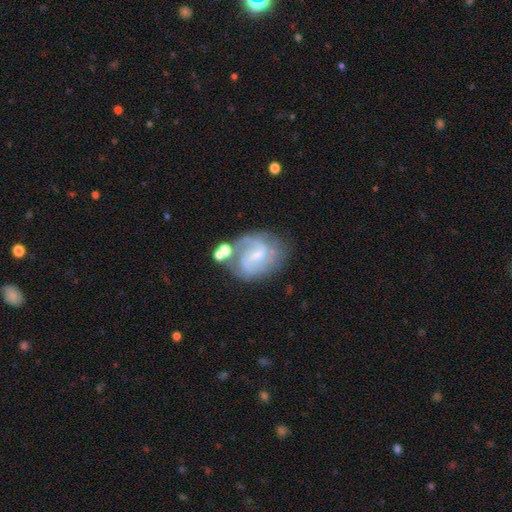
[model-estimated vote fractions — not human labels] The model was most divided on "spiral winding": medium: 49%, loose: 27%, tight: 24%. More confident: edge-on disk — no (98%); spiral arms — yes (94%); smooth or featured — featured or disk (81%); bulge size — small (73%); spiral arm count — 2 (68%); merging — none (58%); bar — weak (54%).